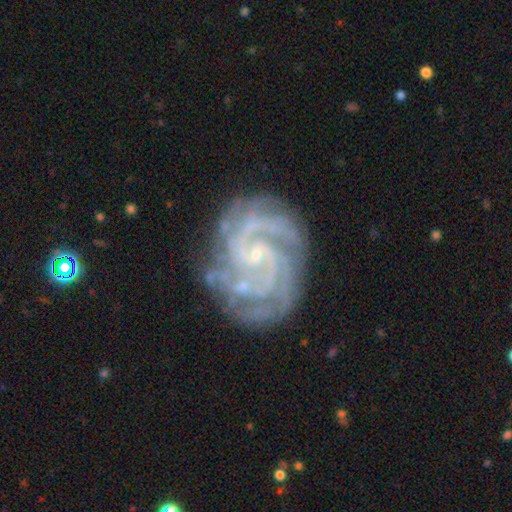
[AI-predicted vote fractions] Smooth or featured? Predicted: featured or disk (p=0.91). Edge-on disk? Predicted: no (p=0.98). Bar? Predicted: no (p=0.58). Spiral arms? Predicted: yes (p=0.98). Spiral winding? Predicted: tight (p=0.68). Spiral arm count? Predicted: 3 (p=0.26). Bulge size? Predicted: small (p=0.85). Merging? Predicted: none (p=0.76).